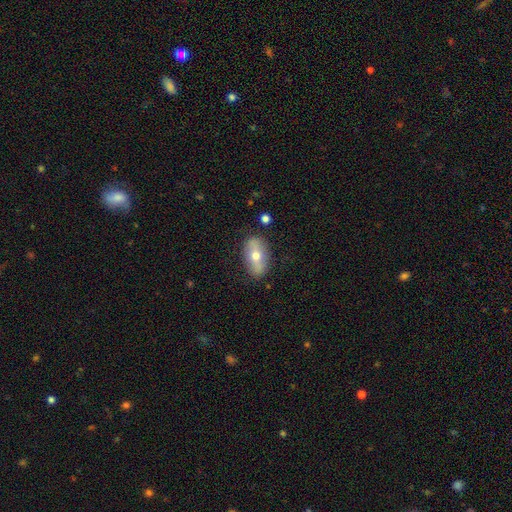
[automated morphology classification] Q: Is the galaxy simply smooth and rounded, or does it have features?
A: smooth — 50%.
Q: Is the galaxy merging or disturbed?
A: none — 83%.